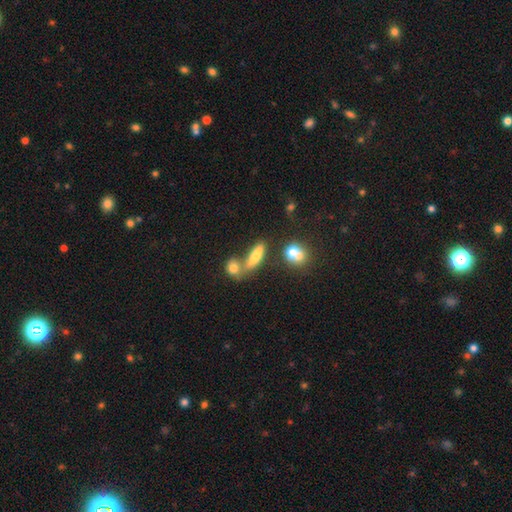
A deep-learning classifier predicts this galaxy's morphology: Q: Smooth or featured?
A: smooth (64%); runner-up: featured or disk (24%)
Q: How rounded?
A: in between (51%); runner-up: cigar-shaped (41%)
Q: Merging?
A: none (47%); runner-up: merger (36%)